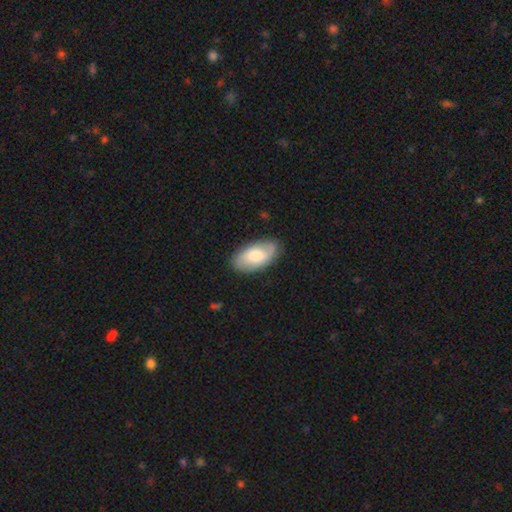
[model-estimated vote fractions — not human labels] Overall: smooth (57%; featured or disk 37%). How rounded: in between (94%). Merging: none (83%).